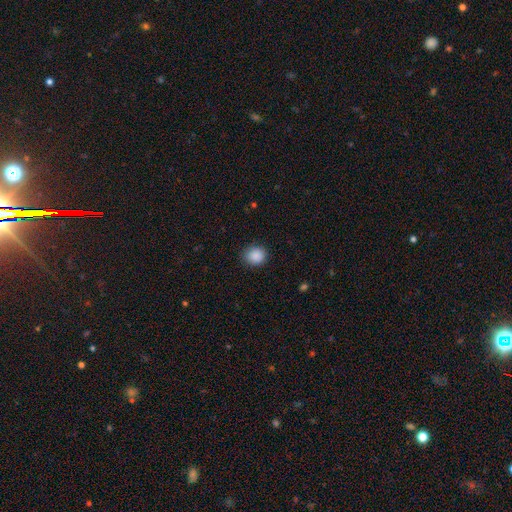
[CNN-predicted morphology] A smooth galaxy with no disk features (89%) that is round (82%). Merging: none (87%).